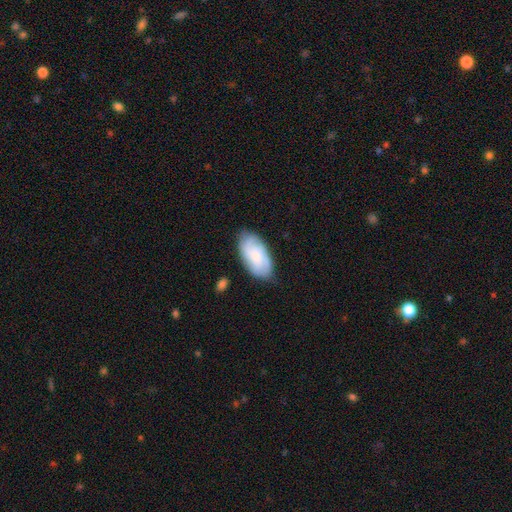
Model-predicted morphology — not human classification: A smooth galaxy with no disk features (50%).

Vote fractions:
- Smooth or featured? smooth: 50% / featured or disk: 43% / star or artifact: 7%
- Merging? none: 78% / minor disturbance: 17% / major disturbance: 4% / merger: 2%